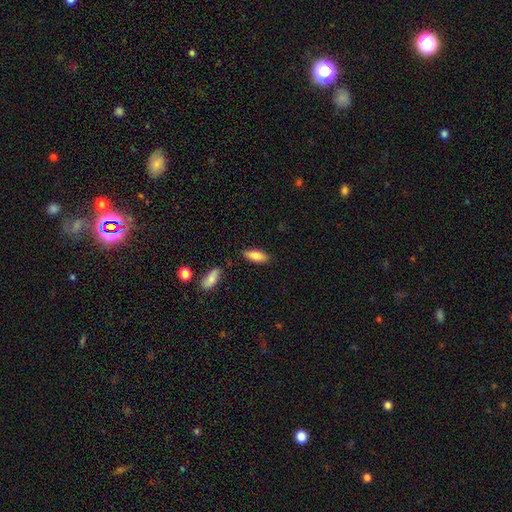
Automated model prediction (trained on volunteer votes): Morphology: type=smooth (81%); roundness=in between (73%); merging=none (82%).